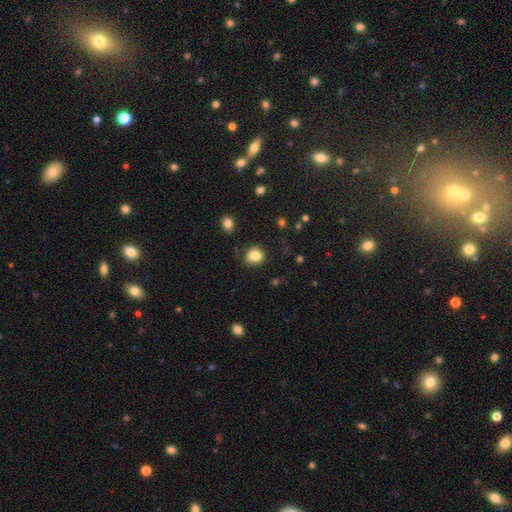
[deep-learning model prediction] smooth 83%, star or artifact 11%, featured or disk 6%. Down the decision tree: how rounded — round (76%); merging — none (73%).